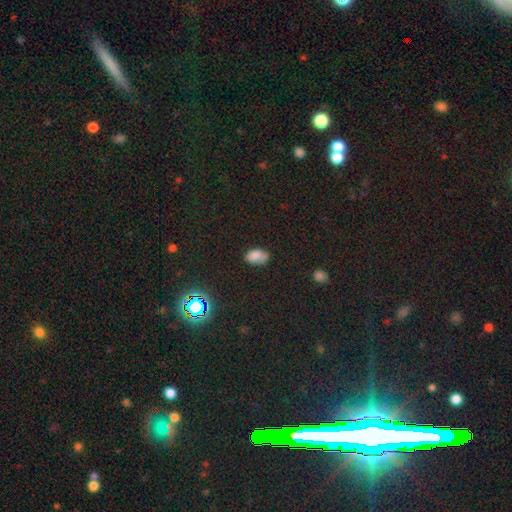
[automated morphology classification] smooth-or-featured: smooth: 77% | star or artifact: 15% | featured or disk: 8%
  how-rounded: in between: 89% | round: 9% | cigar-shaped: 2%
  merging: none: 60% | minor disturbance: 28% | major disturbance: 7% | merger: 5%